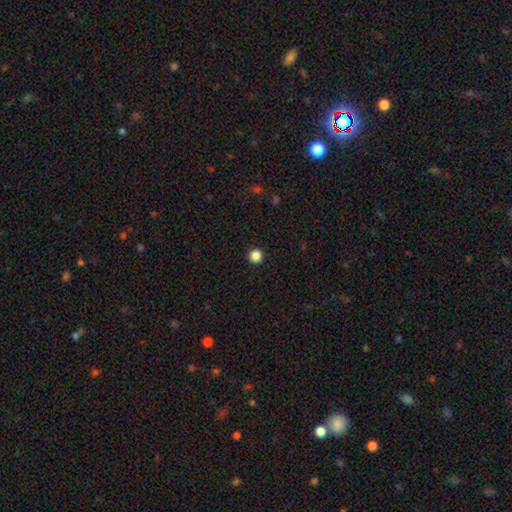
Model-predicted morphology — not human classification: Overall: smooth (86%). How rounded: round (96%). Merging: none (94%).